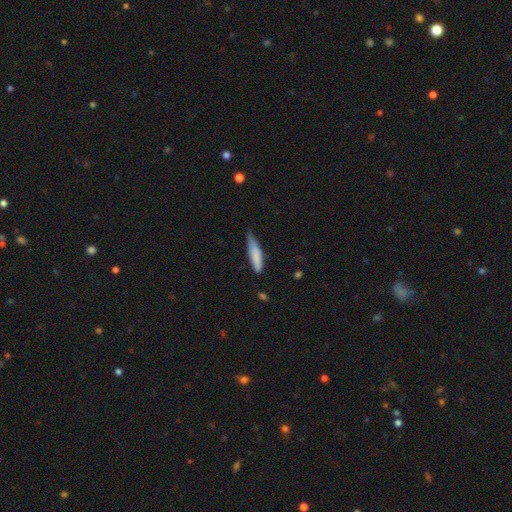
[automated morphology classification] Q: Smooth or featured?
A: smooth (80%); runner-up: featured or disk (14%)
Q: How rounded?
A: cigar-shaped (74%); runner-up: in between (25%)
Q: Merging?
A: none (48%); runner-up: minor disturbance (42%)